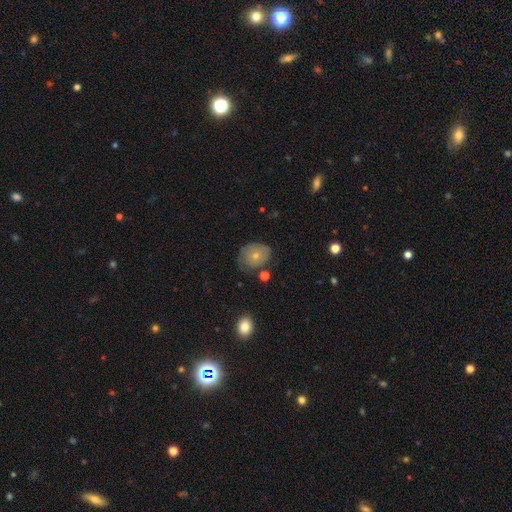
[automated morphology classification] The model was most divided on "how rounded": round: 58%, in between: 41%, cigar-shaped: 1%. More confident: smooth or featured — smooth (62%); merging — none (50%).